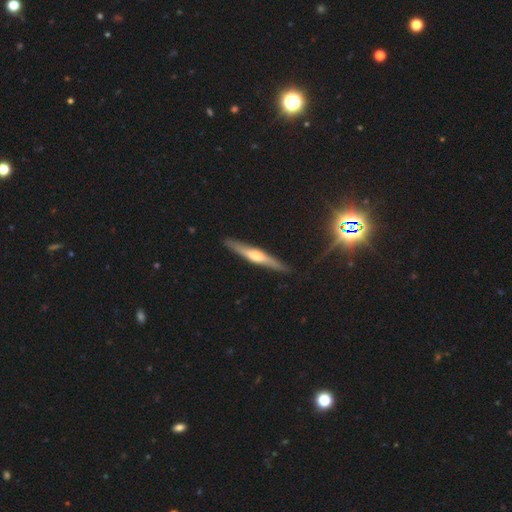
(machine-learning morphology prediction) Smooth or featured? featured or disk (66%)
Edge-on disk? yes (94%)
Edge-on bulge? rounded (81%)
Merging? none (88%)